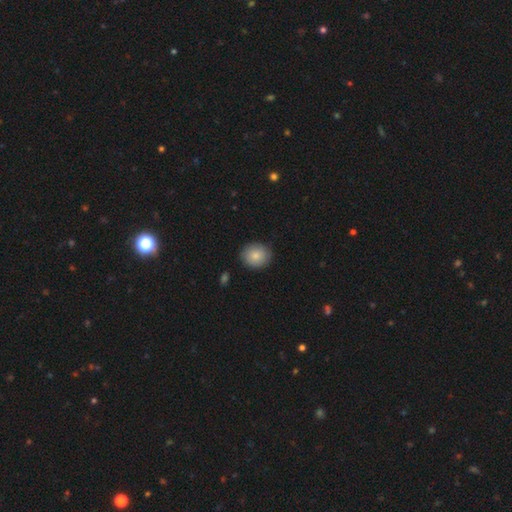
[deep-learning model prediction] Morphology: type=smooth (84%); roundness=round (75%); merging=none (87%).